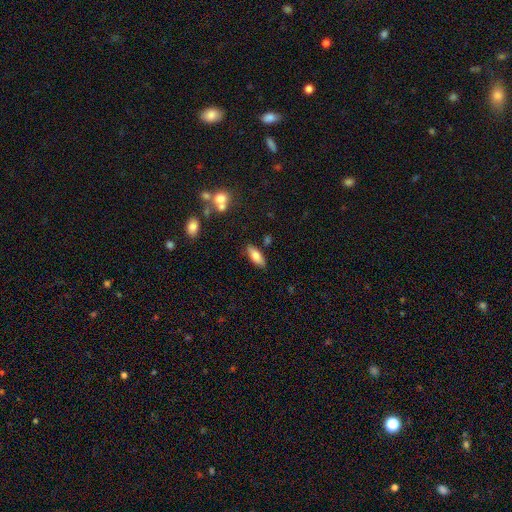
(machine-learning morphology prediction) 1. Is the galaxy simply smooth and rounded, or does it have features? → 77% smooth, 16% featured or disk, 7% star or artifact.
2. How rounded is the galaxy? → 72% in between, 25% cigar-shaped, 2% round.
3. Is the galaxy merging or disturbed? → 83% none, 11% minor disturbance, 3% merger, 3% major disturbance.